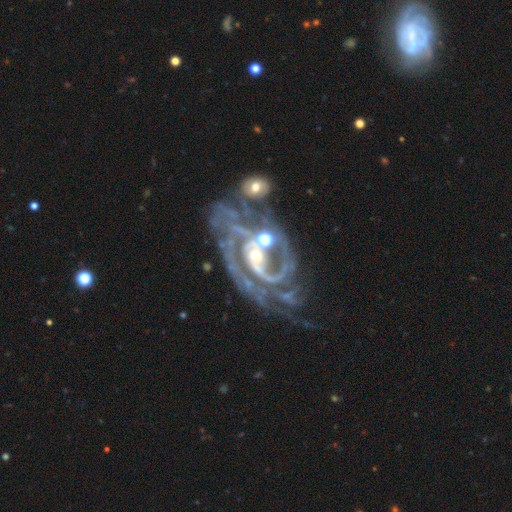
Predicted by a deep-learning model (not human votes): smooth-or-featured: featured or disk: 89% | star or artifact: 7% | smooth: 4%
  disk-edge-on: no: 98% | yes: 2%
    bar: no: 51% | weak: 27% | strong: 21%
    has-spiral-arms: yes: 93% | no: 7%
      spiral-winding: medium: 46% | tight: 37% | loose: 16%
      spiral-arm-count: 2: 47% | 3: 16% | can't tell: 15% | 1: 9% | 4: 6% | more than 4: 6%
    bulge-size: moderate: 51% | small: 39% | large: 5% | none: 3% | dominant: 2%
  merging: none: 31% | major disturbance: 30% | merger: 21% | minor disturbance: 18%